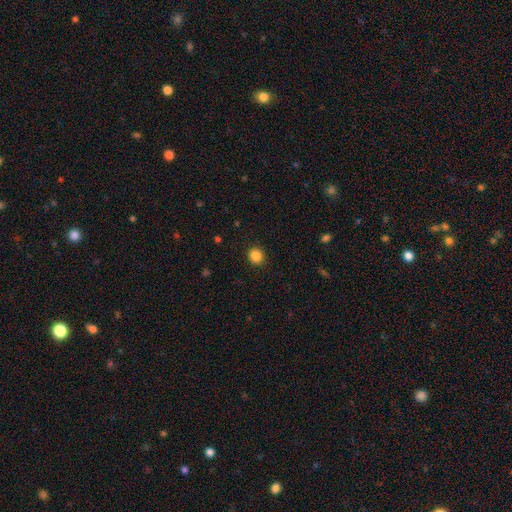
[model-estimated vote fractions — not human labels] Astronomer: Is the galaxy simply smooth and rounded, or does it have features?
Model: smooth — 85%.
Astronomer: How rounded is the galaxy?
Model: round — 90%.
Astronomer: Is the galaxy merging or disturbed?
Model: none — 92%.